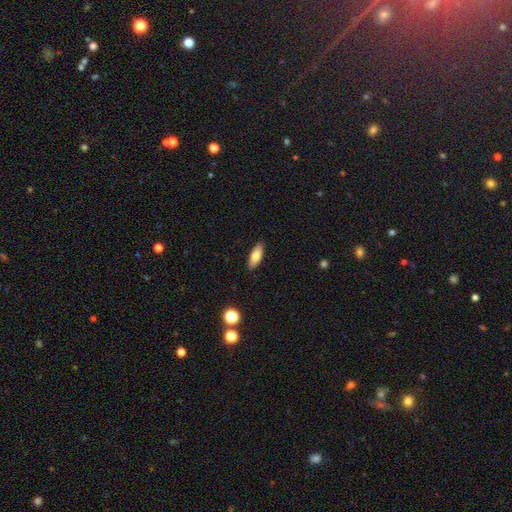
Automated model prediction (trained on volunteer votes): A smooth galaxy with no disk features (76%) that is in between round and cigar-shaped (73%).

Vote fractions:
- Smooth or featured? smooth: 76% / featured or disk: 17% / star or artifact: 7%
- How rounded? in between: 73% / cigar-shaped: 24% / round: 3%
- Merging? none: 89% / minor disturbance: 8% / major disturbance: 2% / merger: 1%